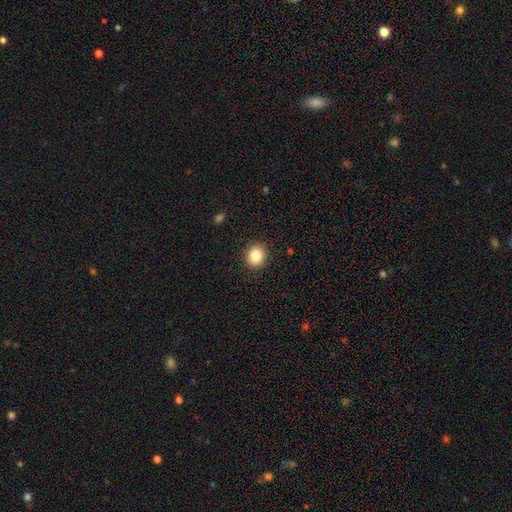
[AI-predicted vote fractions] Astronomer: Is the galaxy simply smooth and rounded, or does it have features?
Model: smooth — 85%.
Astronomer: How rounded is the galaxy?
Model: round — 74%.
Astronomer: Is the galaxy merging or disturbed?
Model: none — 90%.